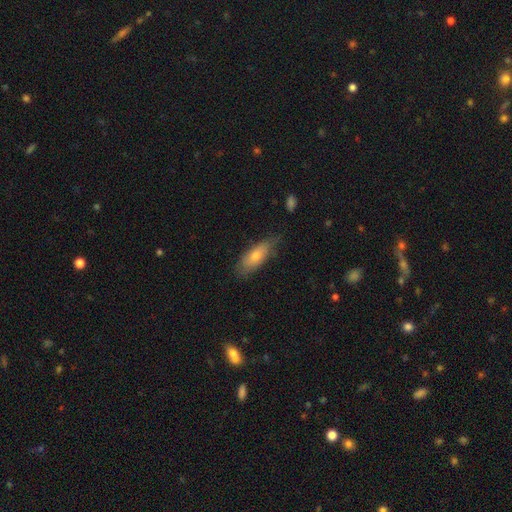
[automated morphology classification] type=smooth (68%); roundness=in between (63%); merging=none (69%).